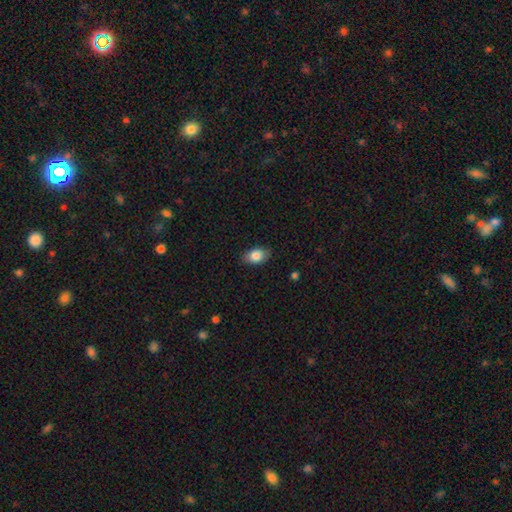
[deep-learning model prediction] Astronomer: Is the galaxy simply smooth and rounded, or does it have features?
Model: smooth — 83%.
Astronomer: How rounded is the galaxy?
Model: in between — 89%.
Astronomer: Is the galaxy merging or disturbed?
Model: none — 85%.